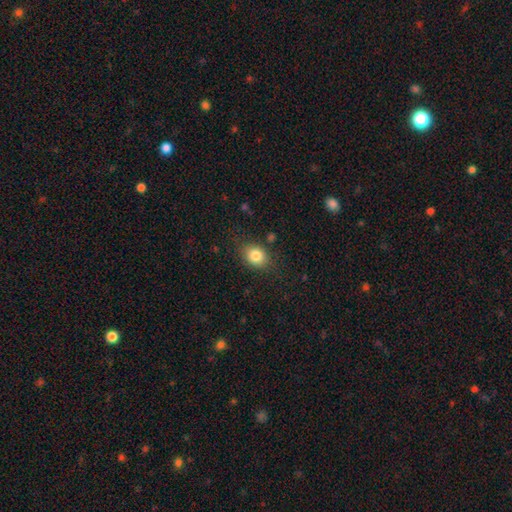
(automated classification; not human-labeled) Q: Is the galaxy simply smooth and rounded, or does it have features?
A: smooth — 82%.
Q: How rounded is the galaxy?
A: in between — 51%.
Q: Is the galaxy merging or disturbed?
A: none — 80%.